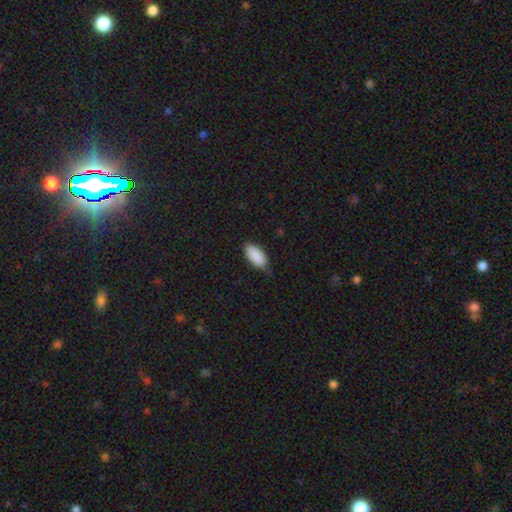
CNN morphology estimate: The model was most divided on "merging": none: 78%, minor disturbance: 18%, major disturbance: 3%, merger: 1%. More confident: how rounded — in between (93%); smooth or featured — smooth (90%).